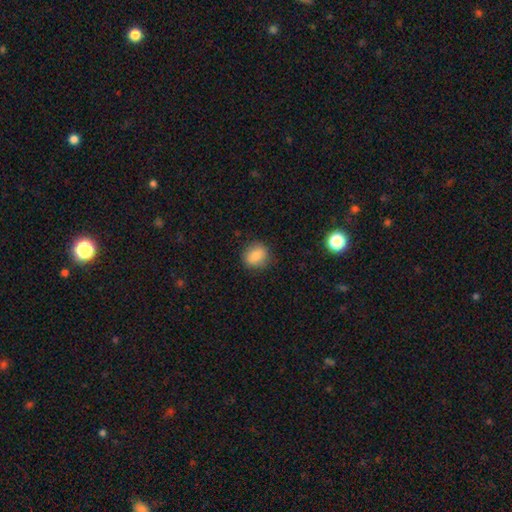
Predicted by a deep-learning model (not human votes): This is clearly a smooth galaxy (82%). How rounded: likely round (65%). Merging: clearly none (85%).